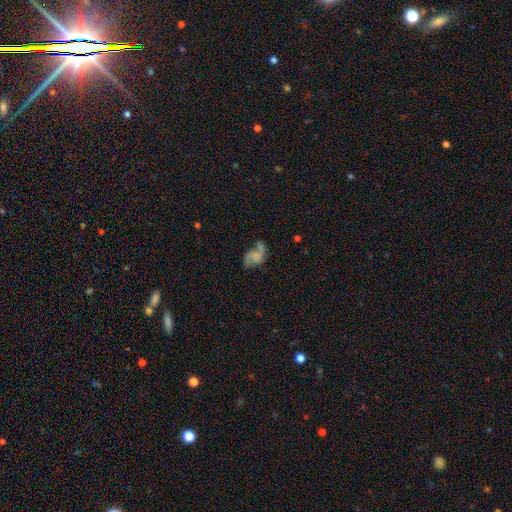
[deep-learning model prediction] Overall: featured or disk (61%; smooth 28%). Edge-on disk: no (97%). Bar: no (65%; weak 27%). Spiral arms: yes (81%). Bulge size: none (67%). Merging: none (39%; major disturbance 29%).